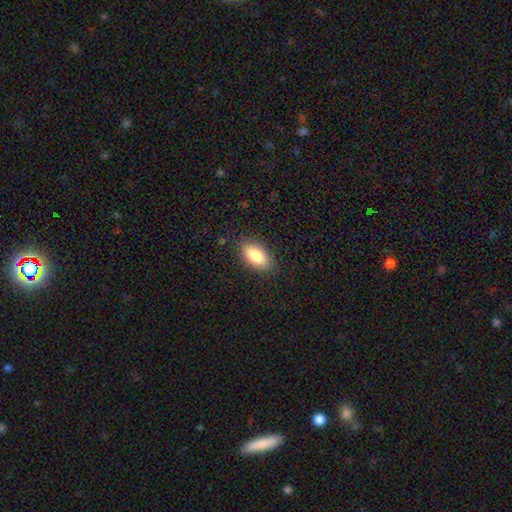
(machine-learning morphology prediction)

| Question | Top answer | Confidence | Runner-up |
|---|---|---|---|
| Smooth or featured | smooth | 82% | featured or disk (11%) |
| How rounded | in between | 90% | cigar-shaped (5%) |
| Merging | none | 86% | minor disturbance (11%) |